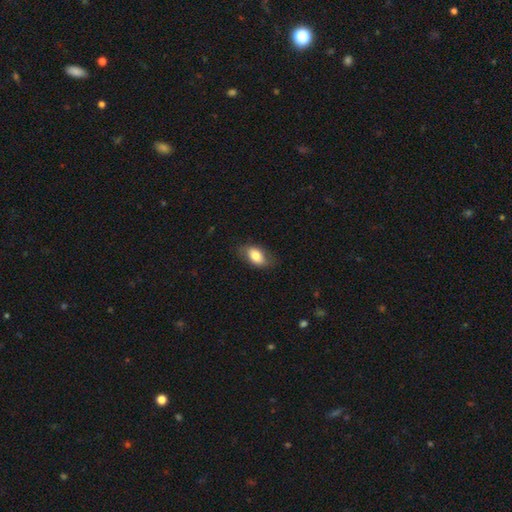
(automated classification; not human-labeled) smooth-or-featured: smooth: 77% | featured or disk: 16% | star or artifact: 7%
  how-rounded: in between: 89% | round: 7% | cigar-shaped: 4%
  merging: none: 75% | minor disturbance: 19% | major disturbance: 5% | merger: 1%